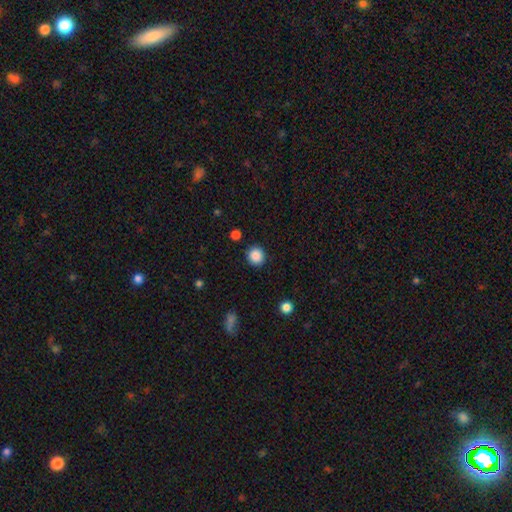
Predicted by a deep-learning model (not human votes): A smooth galaxy with no disk features (88%) that is round (90%). Merging: none (90%).